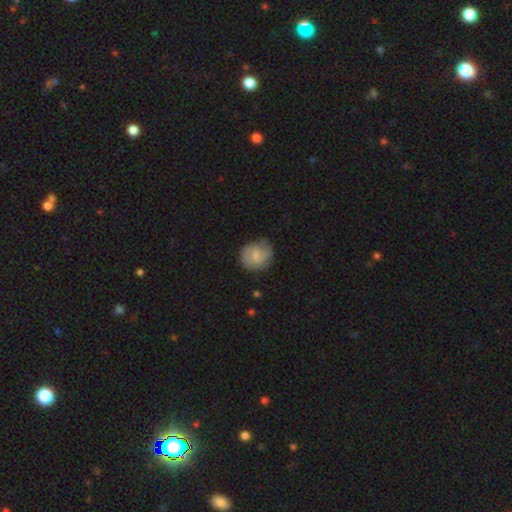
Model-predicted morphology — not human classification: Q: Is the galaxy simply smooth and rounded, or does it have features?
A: smooth — 60%.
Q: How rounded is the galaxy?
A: round — 81%.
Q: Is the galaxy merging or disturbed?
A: none — 69%.